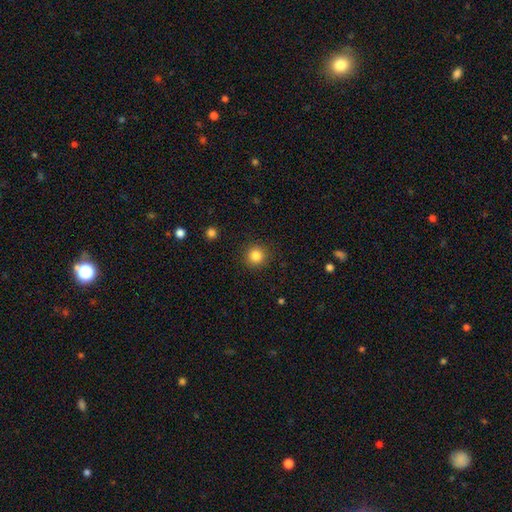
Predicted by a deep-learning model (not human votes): Morphology: type=smooth (84%); roundness=round (94%); merging=none (91%).